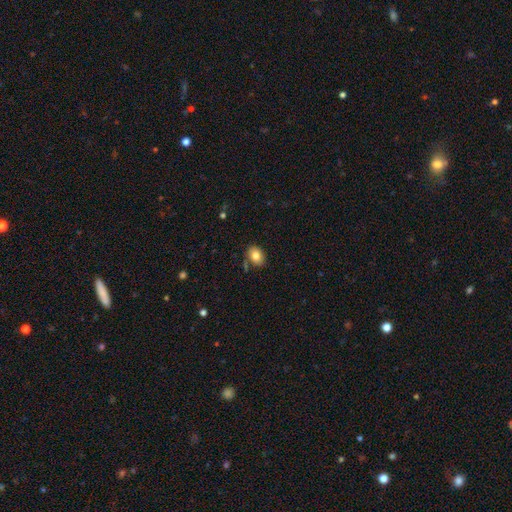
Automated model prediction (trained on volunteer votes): Smooth or featured? smooth (81%)
How rounded? in between (69%)
Merging? none (75%)